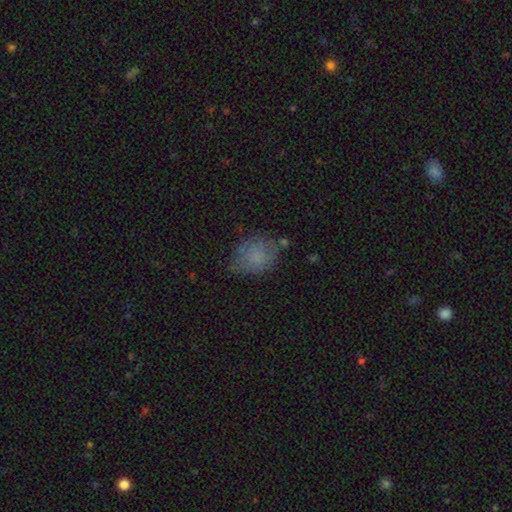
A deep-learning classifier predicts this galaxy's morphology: Overall: smooth (76%). How rounded: in between (56%; round 43%). Merging: none (57%; minor disturbance 29%).